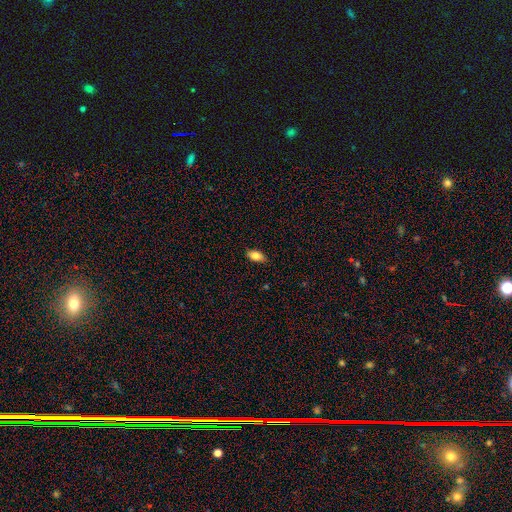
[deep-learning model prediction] A smooth galaxy with no disk features (82%) that is in between round and cigar-shaped (89%). Merging: none (87%).